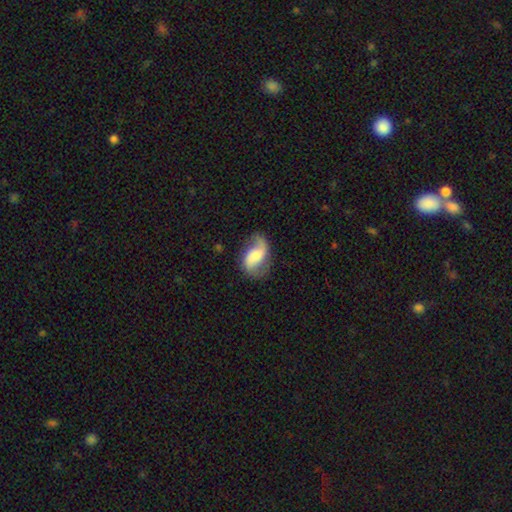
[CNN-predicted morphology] featured or disk 66%, smooth 27%, star or artifact 7%. Down the decision tree: edge-on disk — no (97%); bar — no (47%); spiral arms — yes (92%); spiral arm count — 2 (82%); spiral winding — loose (65%); bulge size — moderate (31%); merging — none (64%).